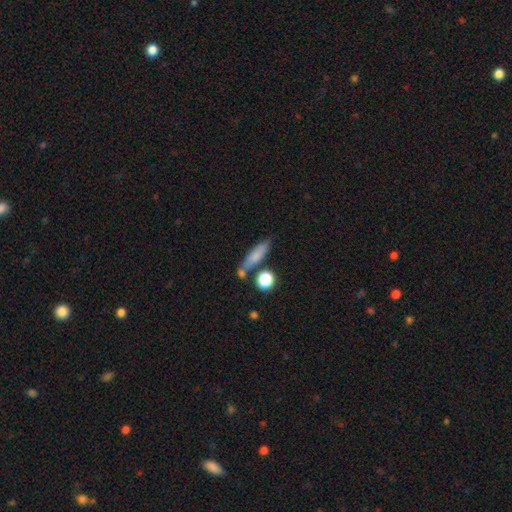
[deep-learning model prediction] This is likely a smooth galaxy (76%). How rounded: likely cigar-shaped (61%). Merging: likely none (66%).